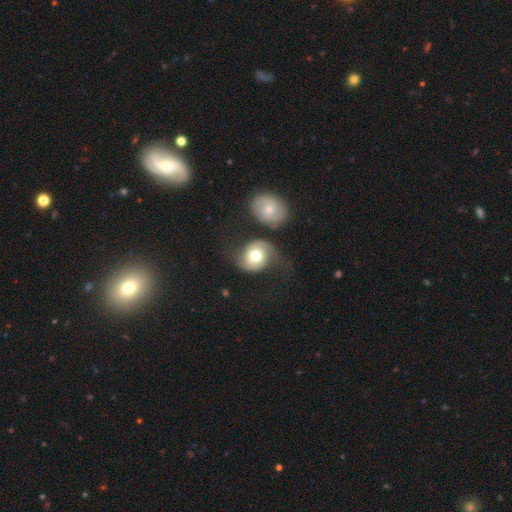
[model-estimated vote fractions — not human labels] Smooth or featured? featured or disk (64%)
Edge-on disk? no (97%)
Bar? no (72%)
Spiral arms? yes (90%)
Spiral winding? medium (47%)
Spiral arm count? 2 (88%)
Bulge size? moderate (67%)
Merging? none (51%)